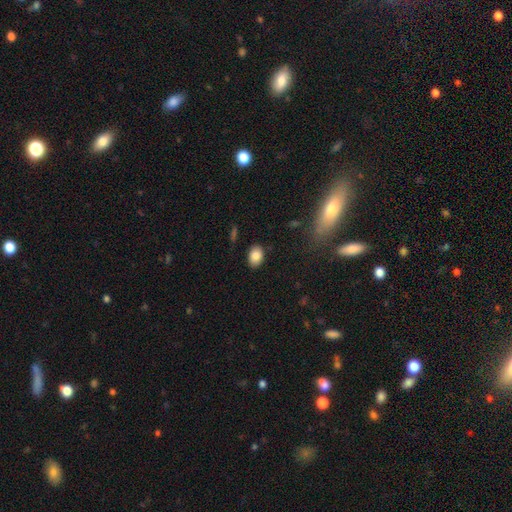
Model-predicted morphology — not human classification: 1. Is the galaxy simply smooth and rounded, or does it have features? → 86% smooth, 8% star or artifact, 6% featured or disk.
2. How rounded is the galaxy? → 80% in between, 19% round, 1% cigar-shaped.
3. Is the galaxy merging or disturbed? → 86% none, 10% minor disturbance, 2% major disturbance, 1% merger.